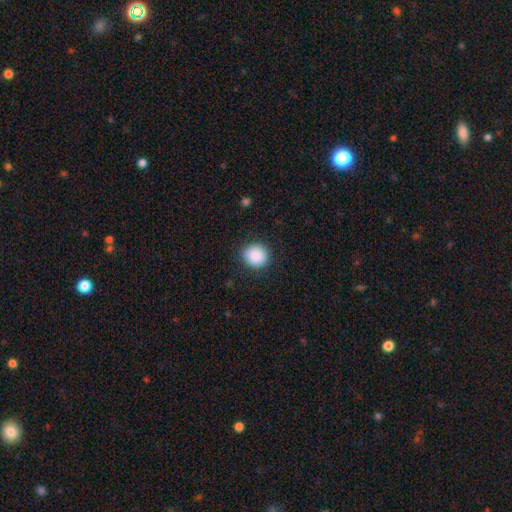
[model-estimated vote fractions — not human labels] smooth_or_featured: smooth (p=0.89) [alt: star or artifact p=0.08]
how_rounded: round (p=0.86) [alt: in between p=0.13]
merging: none (p=0.88) [alt: minor disturbance p=0.08]